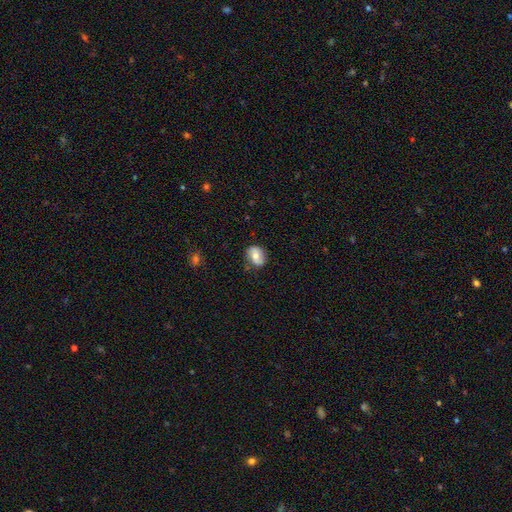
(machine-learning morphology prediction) A smooth galaxy with no disk features (53%) that is in between round and cigar-shaped (58%). Merging: none (76%).